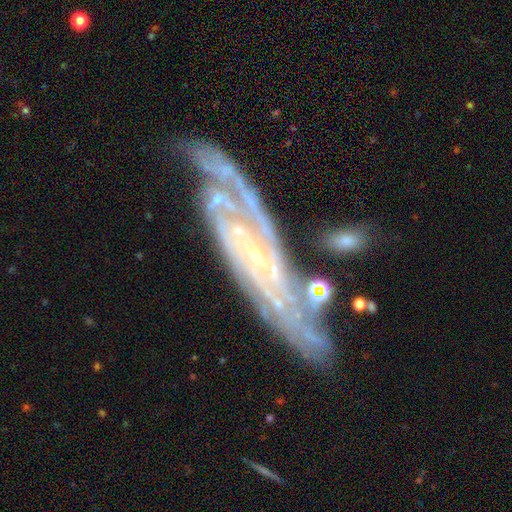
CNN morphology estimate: Smooth or featured? featured or disk (90%)
Edge-on disk? no (87%)
Bar? no (47%)
Spiral arms? yes (98%)
Spiral winding? tight (64%)
Spiral arm count? 2 (42%)
Bulge size? small (86%)
Merging? none (66%)